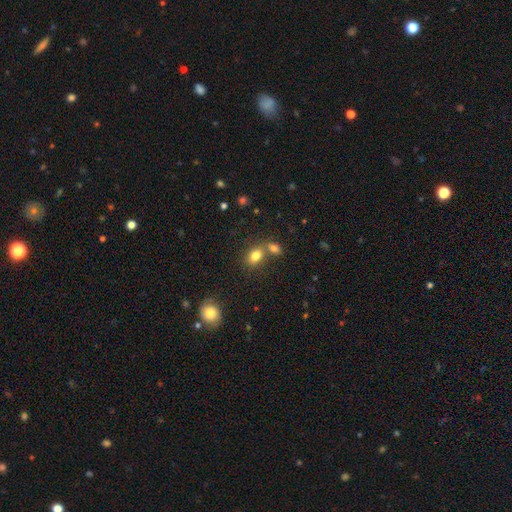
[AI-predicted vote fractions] A smooth galaxy with no disk features (80%) that is in between round and cigar-shaped (79%). Merging: none (51%).